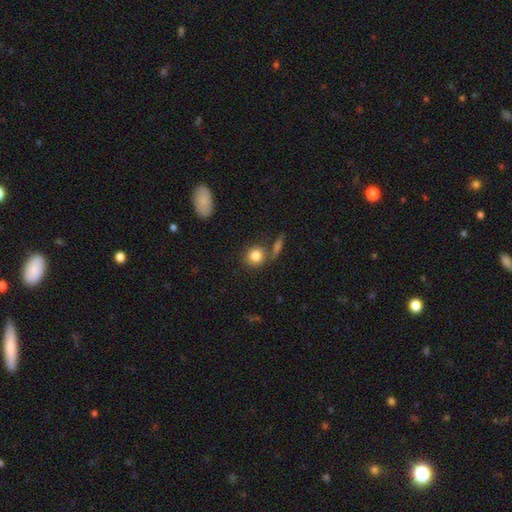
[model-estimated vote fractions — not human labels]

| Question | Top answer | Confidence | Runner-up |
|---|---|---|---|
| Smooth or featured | smooth | 83% | star or artifact (9%) |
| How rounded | round | 81% | in between (17%) |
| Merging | none | 65% | merger (19%) |